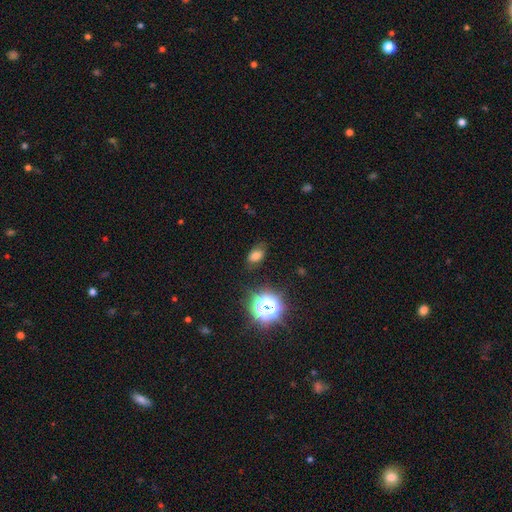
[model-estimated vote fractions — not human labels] smooth 68%, star or artifact 22%, featured or disk 10%. Down the decision tree: how rounded — in between (81%); merging — none (75%).